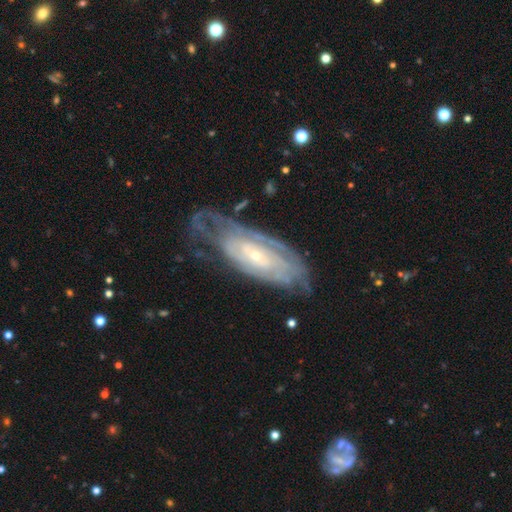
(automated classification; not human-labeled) Overall: featured or disk (83%). Edge-on disk: no (90%). Bar: no (65%; weak 26%). Spiral arms: yes (89%). Spiral arm count: can't tell (56%; 2 17%). Spiral winding: tight (74%). Bulge size: small (78%). Merging: none (55%; minor disturbance 25%).